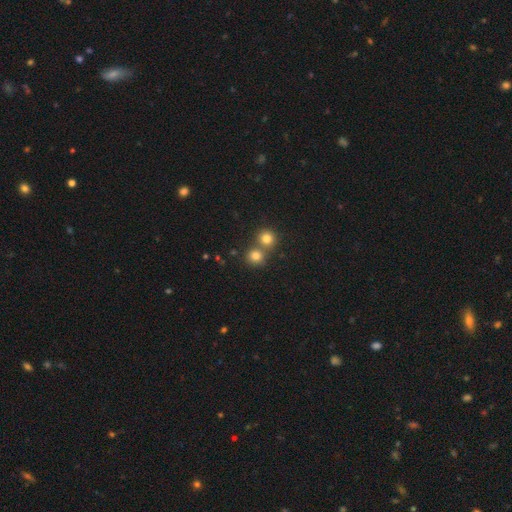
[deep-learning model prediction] A smooth galaxy with no disk features (79%) that is round (87%).

Vote fractions:
- Smooth or featured? smooth: 79% / star or artifact: 14% / featured or disk: 7%
- How rounded? round: 87% / in between: 12% / cigar-shaped: 1%
- Merging? none: 55% / merger: 37% / minor disturbance: 6% / major disturbance: 2%